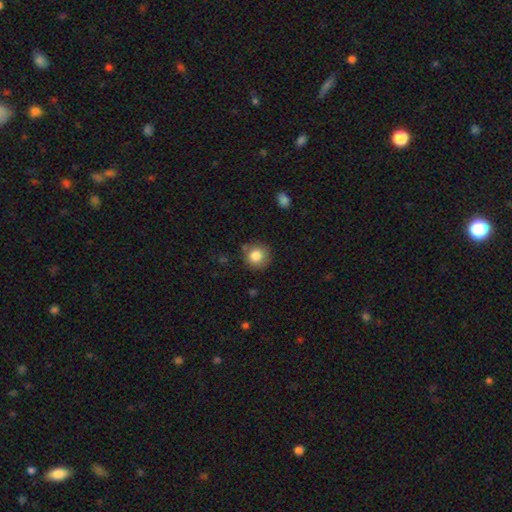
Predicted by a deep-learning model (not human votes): smooth-or-featured: smooth: 83% | star or artifact: 10% | featured or disk: 7%
  how-rounded: round: 90% | in between: 10% | cigar-shaped: 1%
  merging: none: 76% | minor disturbance: 17% | major disturbance: 4% | merger: 3%